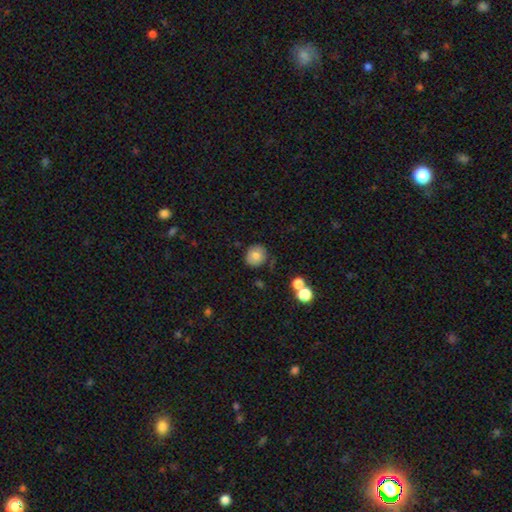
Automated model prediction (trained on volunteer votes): A smooth galaxy with no disk features (76%) that is round (85%).

Vote fractions:
- Smooth or featured? smooth: 76% / featured or disk: 14% / star or artifact: 10%
- How rounded? round: 85% / in between: 14% / cigar-shaped: 1%
- Merging? none: 79% / minor disturbance: 13% / merger: 4% / major disturbance: 4%